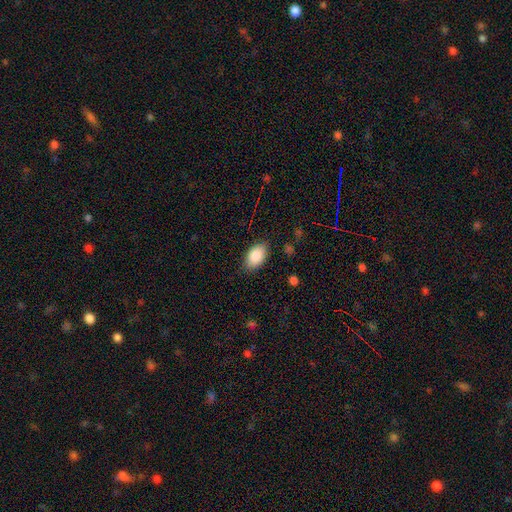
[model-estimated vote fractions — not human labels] A smooth galaxy with no disk features (87%) that is in between round and cigar-shaped (92%). Merging: none (84%).